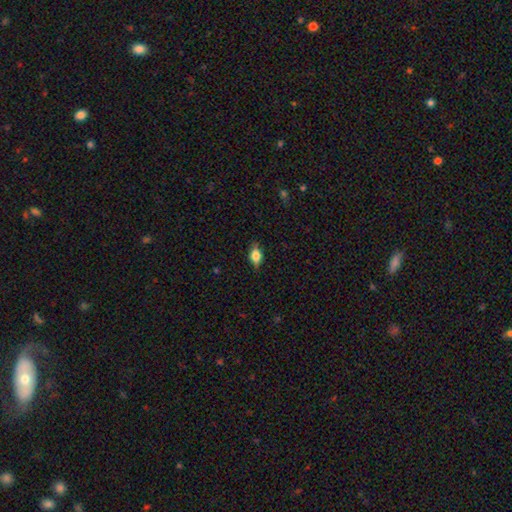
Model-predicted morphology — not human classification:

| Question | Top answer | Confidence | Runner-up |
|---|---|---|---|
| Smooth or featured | smooth | 53% | featured or disk (37%) |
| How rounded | in between | 75% | round (13%) |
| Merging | none | 82% | minor disturbance (14%) |